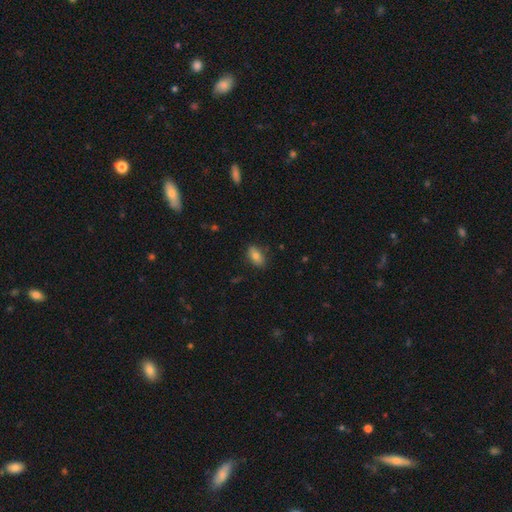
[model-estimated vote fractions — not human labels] Smooth or featured?
  - smooth: 78% *
  - featured or disk: 14%
  - star or artifact: 8%
How rounded?
  - in between: 88% *
  - round: 6%
  - cigar-shaped: 6%
Merging?
  - none: 82% *
  - minor disturbance: 14%
  - major disturbance: 3%
  - merger: 1%